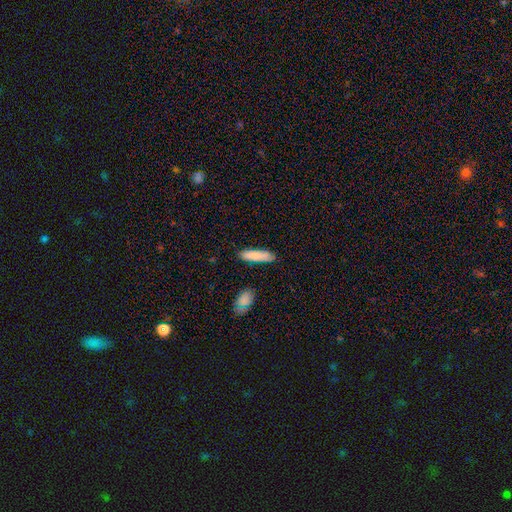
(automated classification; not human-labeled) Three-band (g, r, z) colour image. It shows a smooth galaxy with no disk features (85%) that is cigar-shaped (63%). Merging: none (84%).